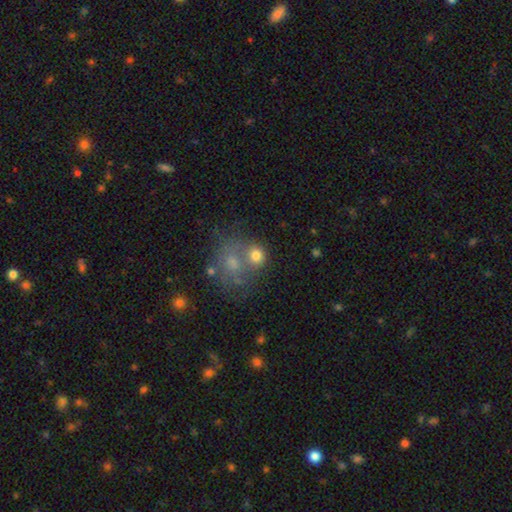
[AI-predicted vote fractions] This appears to be a smooth galaxy with no disk features (70%) that is round (72%). Merging: none (40%).